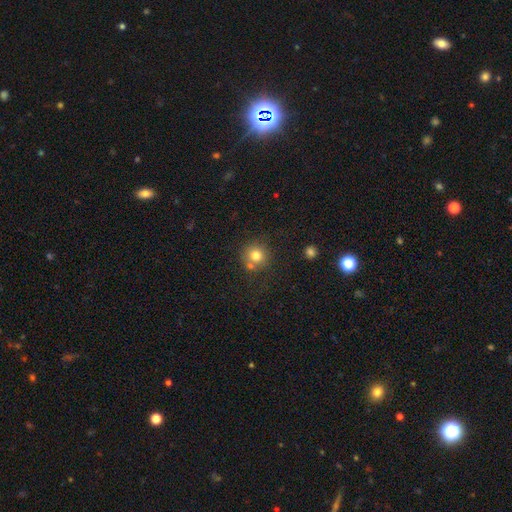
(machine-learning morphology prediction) This is likely a smooth galaxy (77%). How rounded: clearly round (90%). Merging: likely none (68%).